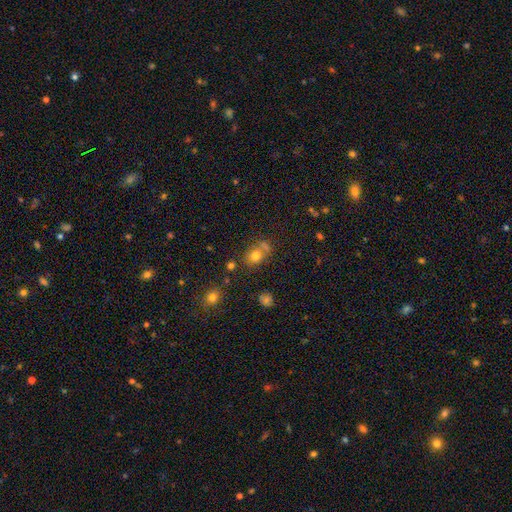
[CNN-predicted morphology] This is likely a smooth galaxy (73%). How rounded: likely round (60%). Merging: possibly none (56%).